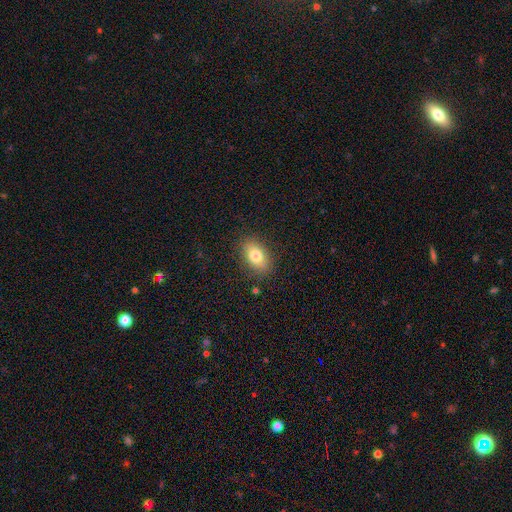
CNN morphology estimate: The model was most divided on "smooth or featured": smooth: 78%, featured or disk: 14%, star or artifact: 8%. More confident: how rounded — in between (86%); merging — none (85%).